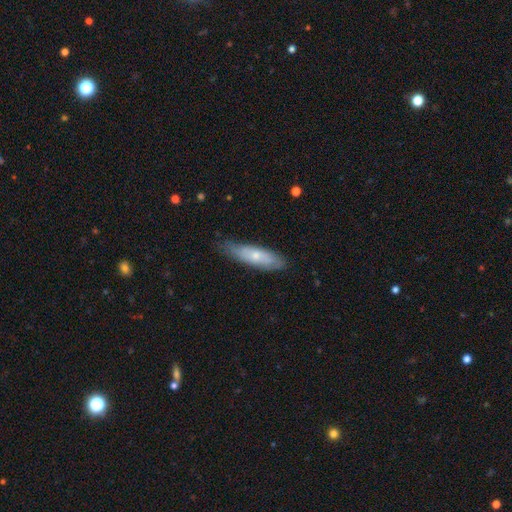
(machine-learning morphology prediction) The model was most divided on "smooth or featured": smooth: 60%, featured or disk: 34%, star or artifact: 6%. More confident: merging — none (70%); how rounded — cigar-shaped (63%).